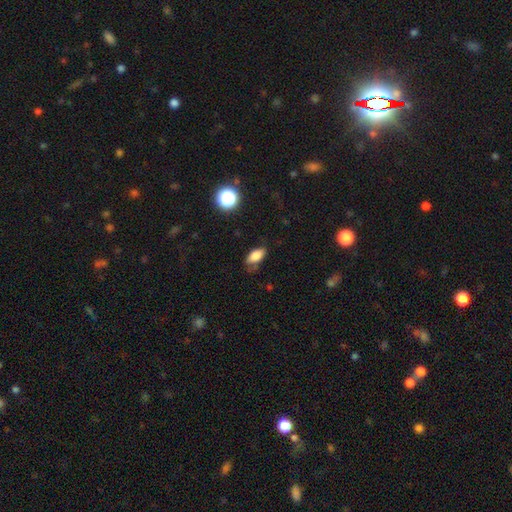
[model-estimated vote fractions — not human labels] A smooth galaxy with no disk features (80%) that is in between round and cigar-shaped (87%).

Vote fractions:
- Smooth or featured? smooth: 80% / featured or disk: 10% / star or artifact: 10%
- How rounded? in between: 87% / cigar-shaped: 7% / round: 5%
- Merging? none: 62% / minor disturbance: 28% / major disturbance: 8% / merger: 2%